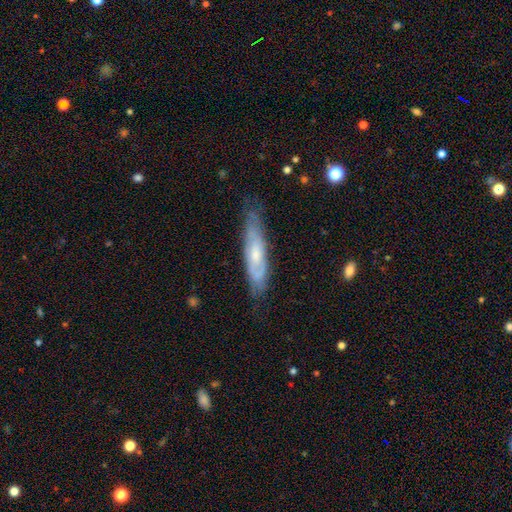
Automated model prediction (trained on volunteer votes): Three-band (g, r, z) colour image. It shows a featured or disk galaxy (60%). Merging: none (68%).